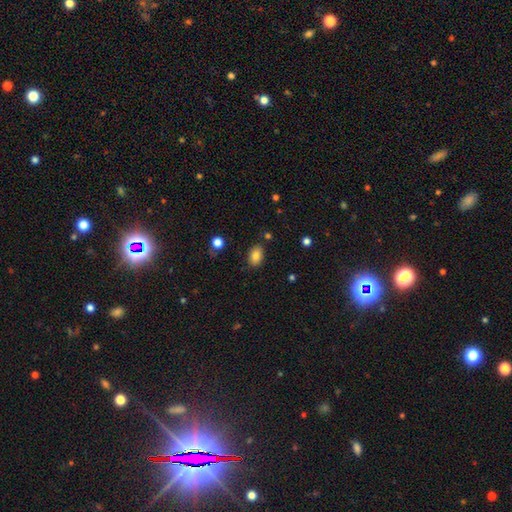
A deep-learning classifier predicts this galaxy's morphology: Smooth or featured? Predicted: smooth (p=0.83). How rounded? Predicted: in between (p=0.82). Merging? Predicted: none (p=0.84).